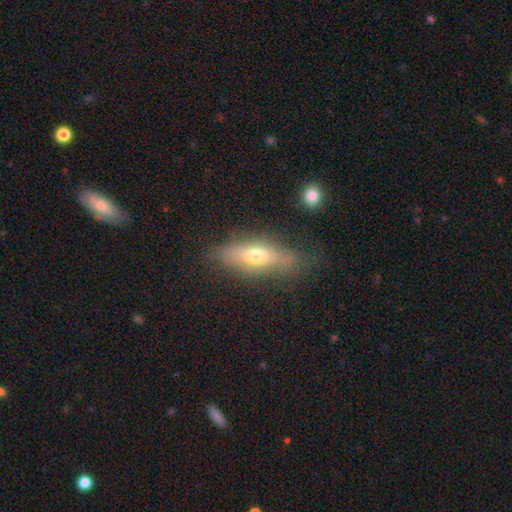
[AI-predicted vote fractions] smooth 49%, featured or disk 42%, star or artifact 8%. Down the decision tree: merging — none (71%).